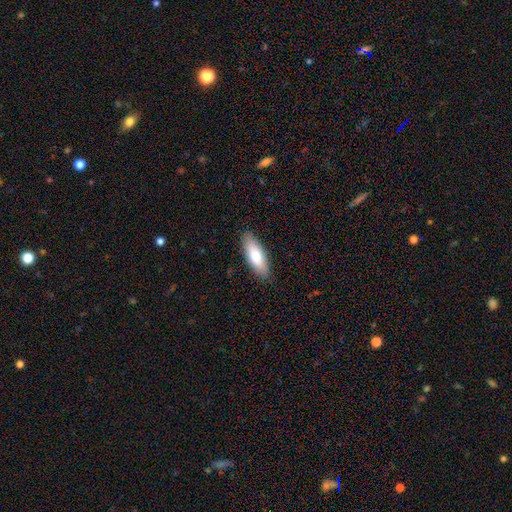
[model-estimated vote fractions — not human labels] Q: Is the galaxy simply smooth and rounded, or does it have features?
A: smooth — 74%.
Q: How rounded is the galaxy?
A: in between — 66%.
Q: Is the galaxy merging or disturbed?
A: none — 88%.